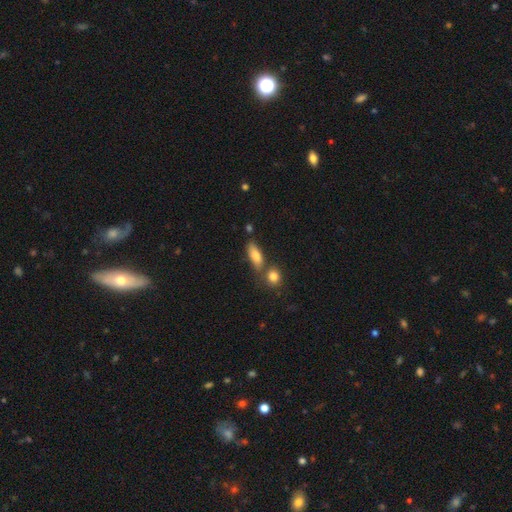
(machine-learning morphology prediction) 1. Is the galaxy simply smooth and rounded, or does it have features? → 78% smooth, 13% featured or disk, 8% star or artifact.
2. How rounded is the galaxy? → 66% in between, 29% cigar-shaped, 4% round.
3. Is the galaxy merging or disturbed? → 60% none, 21% merger, 15% minor disturbance, 4% major disturbance.